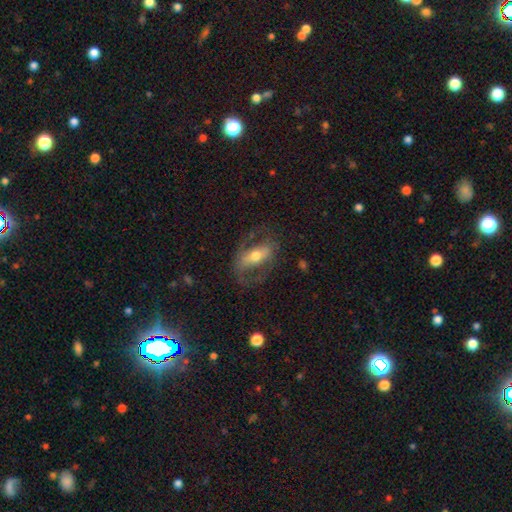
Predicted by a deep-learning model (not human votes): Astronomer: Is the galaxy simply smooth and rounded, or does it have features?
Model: featured or disk — 64%.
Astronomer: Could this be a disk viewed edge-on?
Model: no — 87%.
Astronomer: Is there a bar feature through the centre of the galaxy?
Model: strong — 47% (runner-up: weak, 27%).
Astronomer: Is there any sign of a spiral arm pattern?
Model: yes — 59% (runner-up: no, 41%).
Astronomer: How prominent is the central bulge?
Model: moderate — 68%.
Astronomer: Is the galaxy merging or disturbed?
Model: none — 60%.